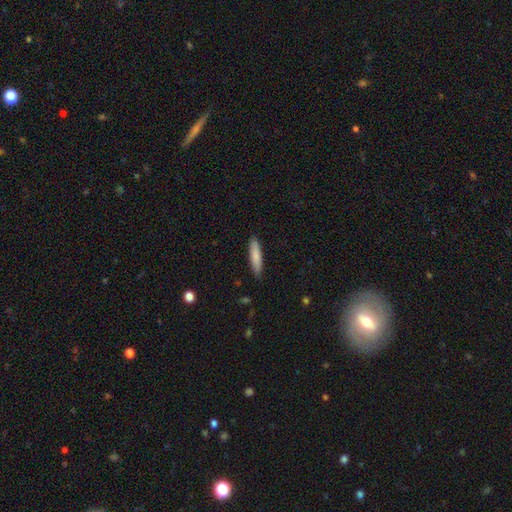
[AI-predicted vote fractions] smooth_or_featured: smooth (p=0.82) [alt: featured or disk p=0.12]
how_rounded: cigar-shaped (p=0.80) [alt: in between p=0.18]
merging: none (p=0.89) [alt: minor disturbance p=0.08]